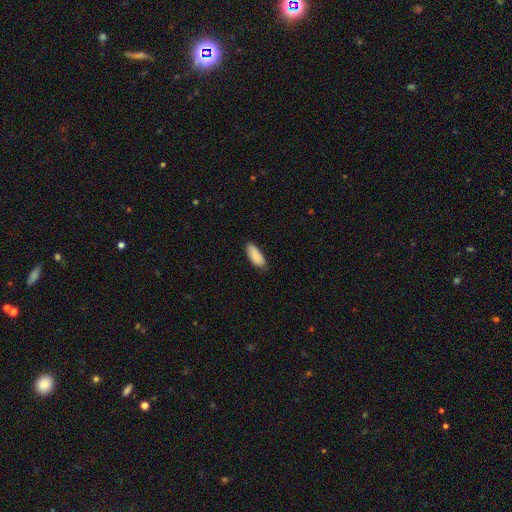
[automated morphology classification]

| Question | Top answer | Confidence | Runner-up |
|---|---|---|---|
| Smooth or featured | smooth | 89% | star or artifact (6%) |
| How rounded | in between | 84% | cigar-shaped (14%) |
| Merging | none | 80% | minor disturbance (17%) |